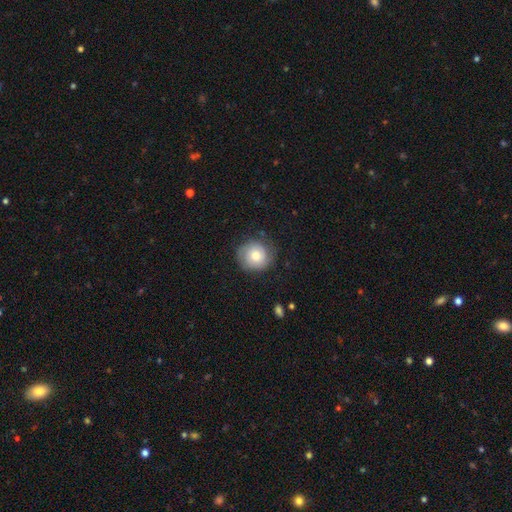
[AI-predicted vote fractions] smooth_or_featured: smooth (p=0.60) [alt: featured or disk p=0.33]
how_rounded: round (p=0.88) [alt: in between p=0.11]
merging: none (p=0.75) [alt: minor disturbance p=0.18]